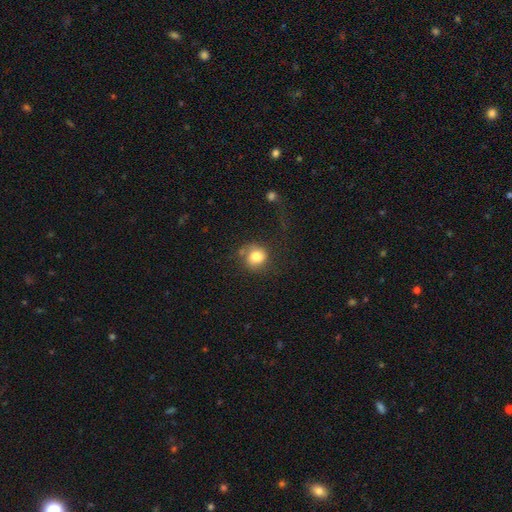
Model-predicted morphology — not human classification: The model was most divided on "merging": none: 59%, minor disturbance: 22%, major disturbance: 15%, merger: 4%. More confident: how rounded — round (81%); smooth or featured — smooth (77%).